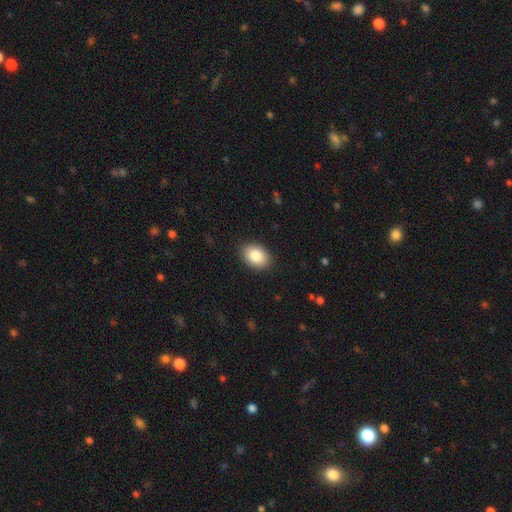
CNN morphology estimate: smooth_or_featured: smooth (p=0.86) [alt: star or artifact p=0.07]
how_rounded: in between (p=0.77) [alt: round p=0.22]
merging: none (p=0.89) [alt: minor disturbance p=0.08]